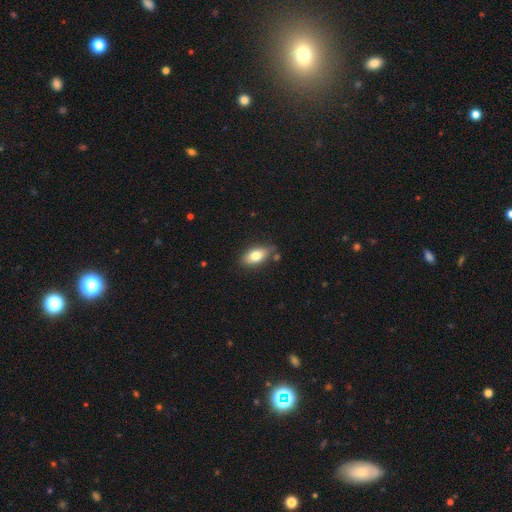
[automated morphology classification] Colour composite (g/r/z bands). It shows a smooth galaxy with no disk features (77%) that is in between round and cigar-shaped (89%). Merging: none (75%).